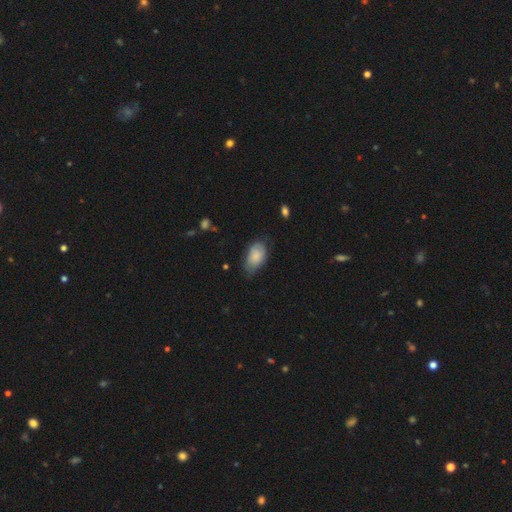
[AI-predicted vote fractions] Q: Smooth or featured?
A: smooth (79%); runner-up: featured or disk (15%)
Q: How rounded?
A: in between (93%); runner-up: round (6%)
Q: Merging?
A: none (55%); runner-up: minor disturbance (35%)